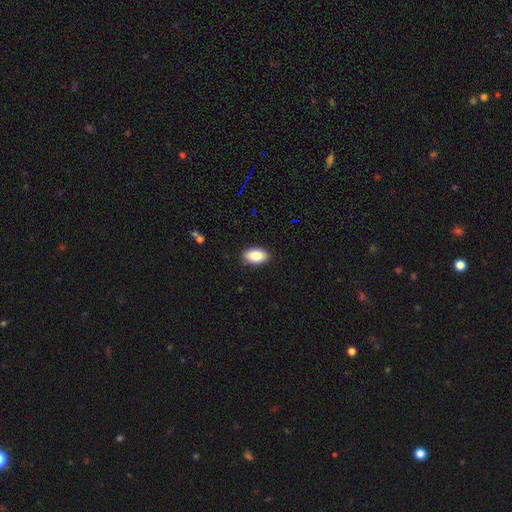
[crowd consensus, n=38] Morphology: type=smooth (82%); roundness=in between (94%); merging=none (82%).